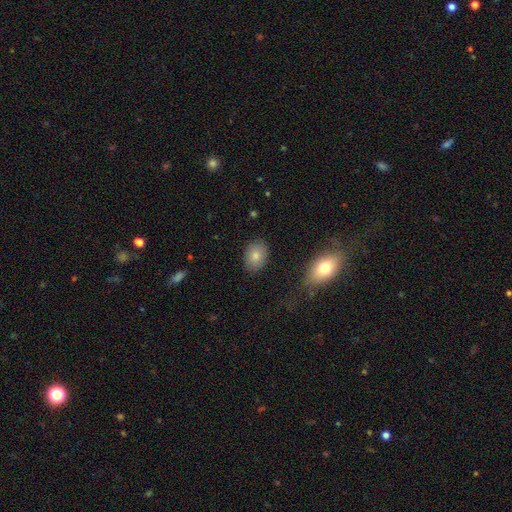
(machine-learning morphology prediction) Smooth or featured? Predicted: smooth (p=0.82). How rounded? Predicted: in between (p=0.74). Merging? Predicted: none (p=0.85).